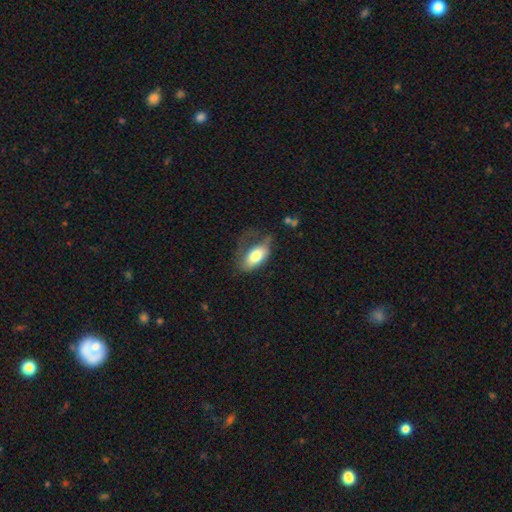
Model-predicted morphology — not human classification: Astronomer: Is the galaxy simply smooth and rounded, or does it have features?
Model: smooth — 70%.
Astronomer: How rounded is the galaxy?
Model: in between — 90%.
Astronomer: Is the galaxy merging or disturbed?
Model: major disturbance — 39% (runner-up: none, 29%).